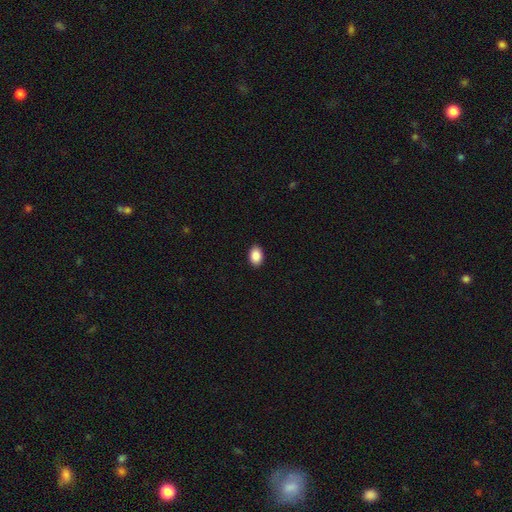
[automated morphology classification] A smooth galaxy with no disk features (90%) that is in between round and cigar-shaped (85%). Merging: none (90%).